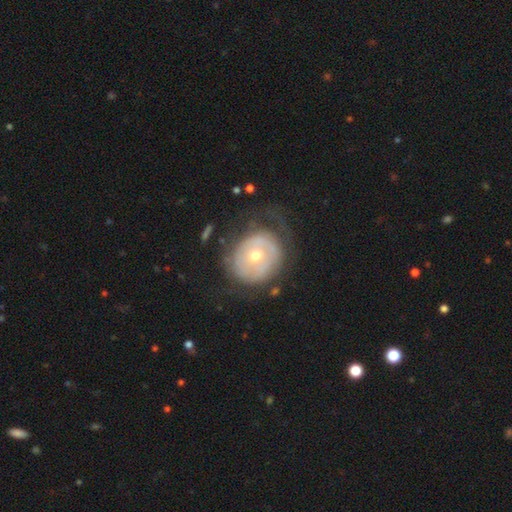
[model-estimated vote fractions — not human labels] smooth-or-featured: featured or disk: 61% | smooth: 33% | star or artifact: 7%
  disk-edge-on: no: 96% | yes: 4%
    bar: no: 77% | weak: 18% | strong: 5%
    has-spiral-arms: no: 50% (tied) | yes: 50% (tied)
    bulge-size: moderate: 64% | small: 30% | large: 4% | none: 1% | dominant: 1%
  merging: none: 55% | minor disturbance: 24% | major disturbance: 19% | merger: 2%